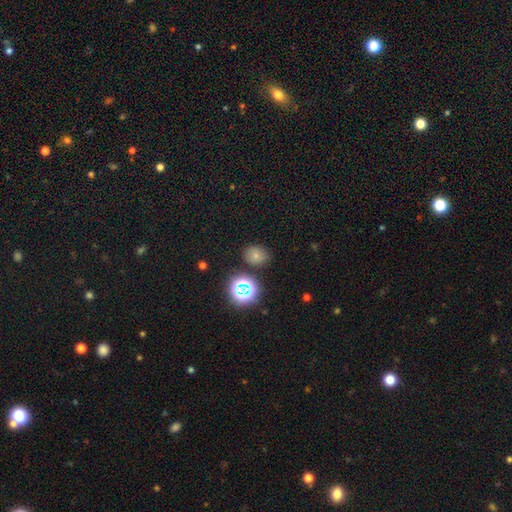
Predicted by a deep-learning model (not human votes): A smooth galaxy with no disk features (69%) that is round (57%).

Vote fractions:
- Smooth or featured? smooth: 69% / star or artifact: 23% / featured or disk: 9%
- How rounded? round: 57% / in between: 42% / cigar-shaped: 1%
- Merging? none: 80% / minor disturbance: 12% / merger: 4% / major disturbance: 3%